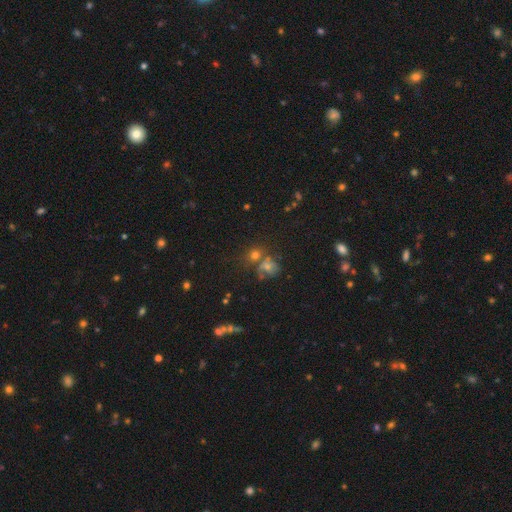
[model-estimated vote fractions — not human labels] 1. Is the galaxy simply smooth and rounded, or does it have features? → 49% smooth, 37% star or artifact, 14% featured or disk.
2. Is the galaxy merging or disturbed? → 57% none, 27% merger, 10% minor disturbance, 6% major disturbance.